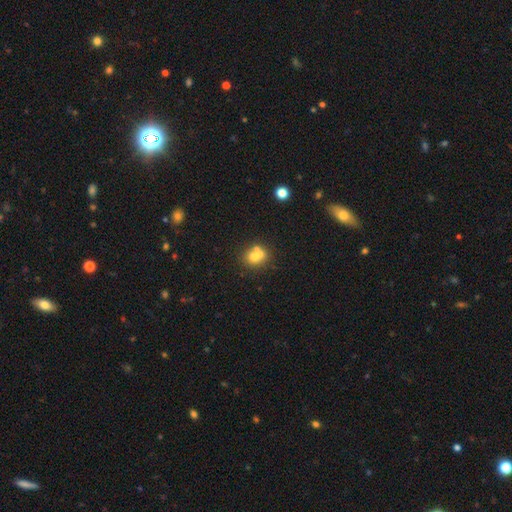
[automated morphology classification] Smooth or featured? smooth (65%)
How rounded? round (74%)
Merging? merger (52%)